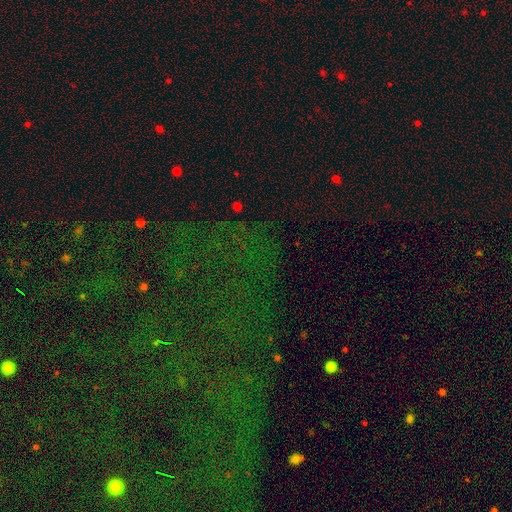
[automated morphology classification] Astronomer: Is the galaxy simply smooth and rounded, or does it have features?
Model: star or artifact — 79%.